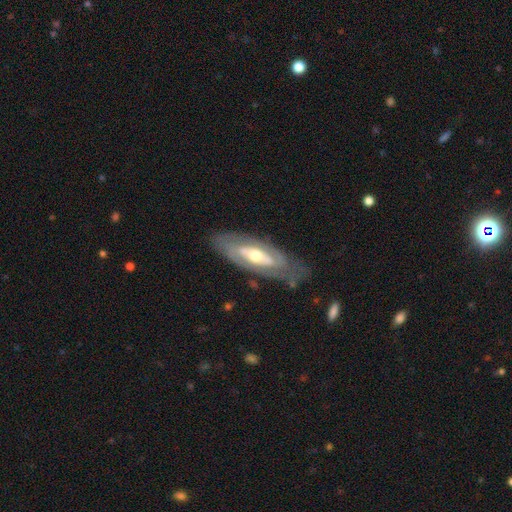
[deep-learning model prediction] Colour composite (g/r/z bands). It shows a featured or disk galaxy (72%) with no bar (62%), no spiral arms (51%) and a moderate central bulge (66%). Merging: none (74%).